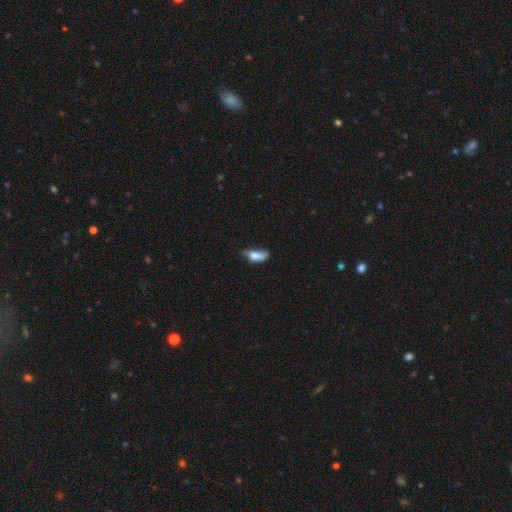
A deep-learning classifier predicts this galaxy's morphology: Smooth or featured: smooth — 73% (featured or disk — 18%)
How rounded: in between — 79% (cigar-shaped — 17%)
Merging: minor disturbance — 39% (none — 31%)